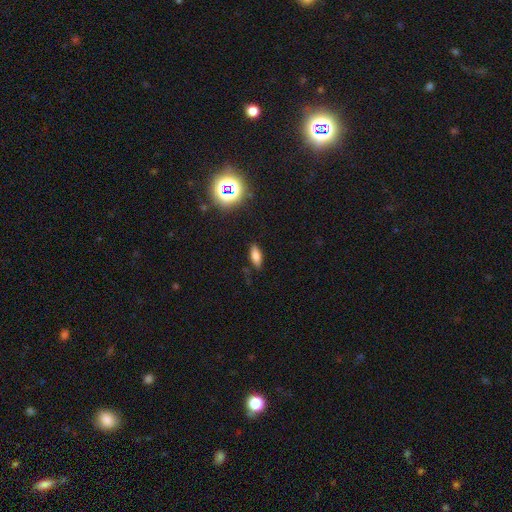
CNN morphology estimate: This is likely a smooth galaxy (72%). How rounded: likely in between (72%). Merging: clearly none (84%).